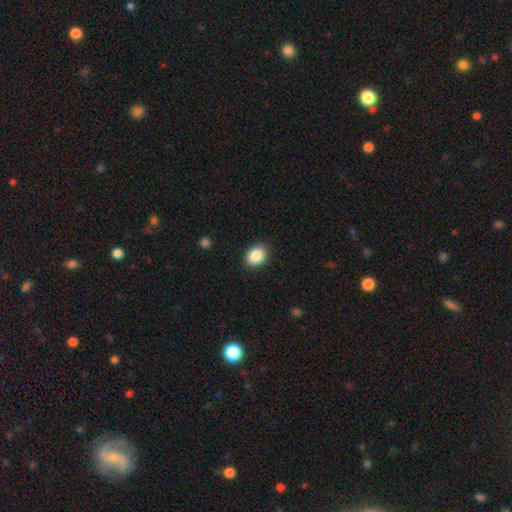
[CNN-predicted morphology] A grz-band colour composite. It shows a smooth galaxy with no disk features (89%) that is in between round and cigar-shaped (67%). Merging: none (89%).